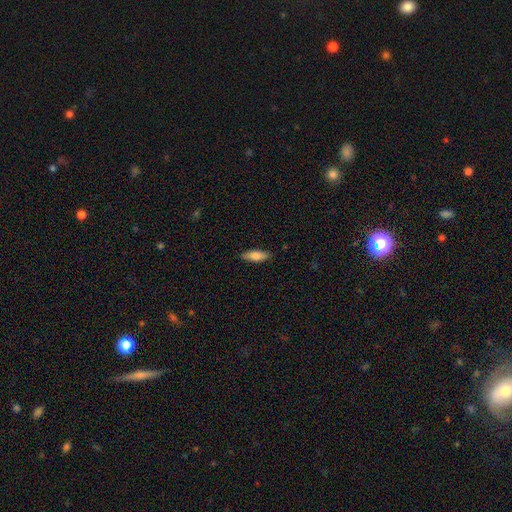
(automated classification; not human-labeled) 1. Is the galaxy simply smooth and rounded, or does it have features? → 77% smooth, 17% featured or disk, 6% star or artifact.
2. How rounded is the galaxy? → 56% in between, 42% cigar-shaped, 2% round.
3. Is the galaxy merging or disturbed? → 87% none, 10% minor disturbance, 2% major disturbance, 1% merger.